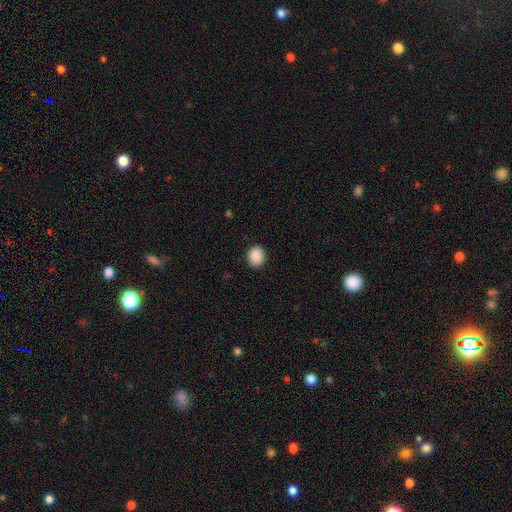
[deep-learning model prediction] This appears to be a smooth galaxy with no disk features (90%) that is round (56%). Merging: none (88%).